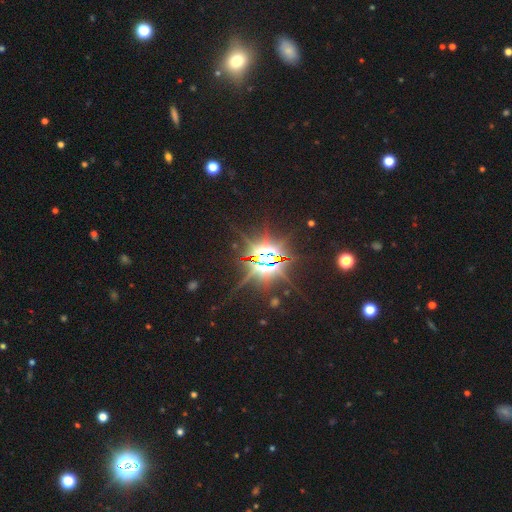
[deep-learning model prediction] Smooth or featured: star or artifact — 86% (smooth — 7%)